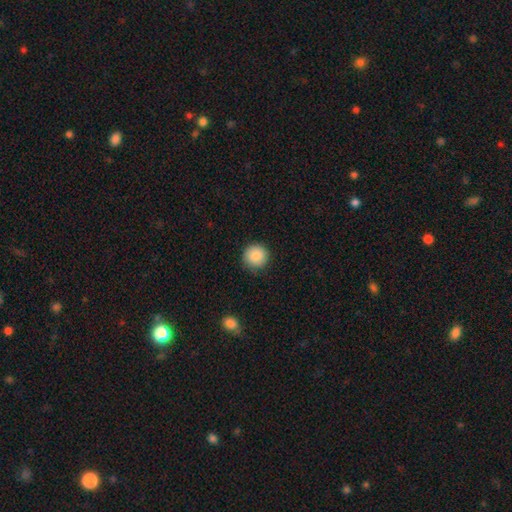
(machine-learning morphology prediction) This appears to be a smooth galaxy with no disk features (88%) that is round (95%). Merging: none (90%).